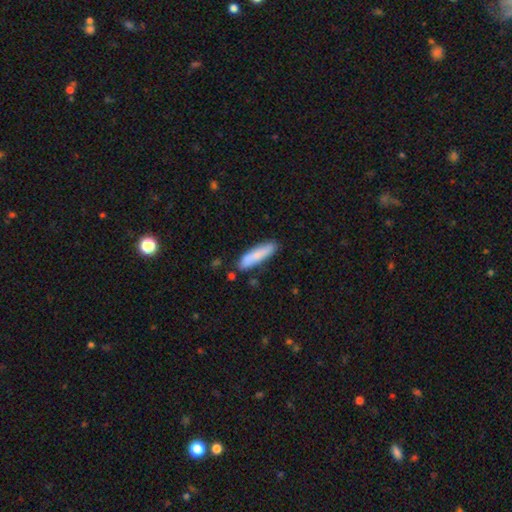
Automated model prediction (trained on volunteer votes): Smooth or featured? Predicted: smooth (p=0.78). How rounded? Predicted: cigar-shaped (p=0.76). Merging? Predicted: none (p=0.83).